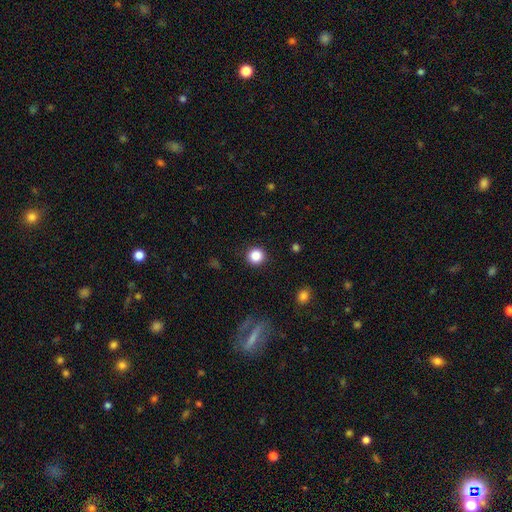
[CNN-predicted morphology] Q: Smooth or featured?
A: smooth (86%); runner-up: star or artifact (11%)
Q: How rounded?
A: round (94%); runner-up: in between (5%)
Q: Merging?
A: none (92%); runner-up: minor disturbance (5%)